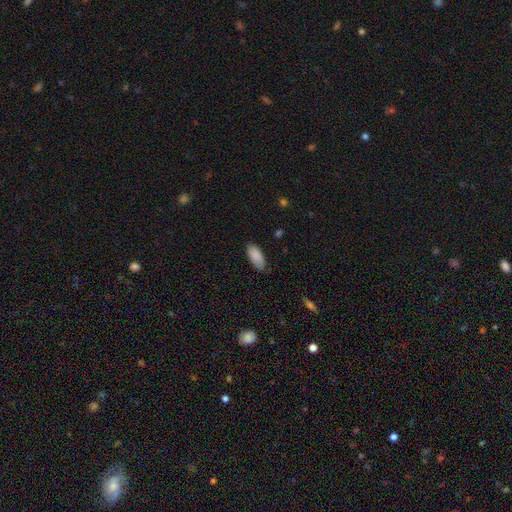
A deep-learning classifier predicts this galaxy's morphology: smooth-or-featured: smooth: 89% | star or artifact: 6% | featured or disk: 5%
  how-rounded: in between: 88% | cigar-shaped: 10% | round: 2%
  merging: none: 80% | minor disturbance: 16% | major disturbance: 3% | merger: 1%